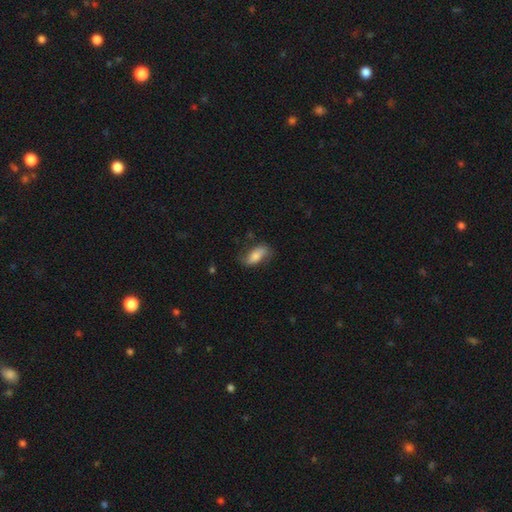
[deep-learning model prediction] smooth_or_featured: smooth (p=0.57) [alt: featured or disk p=0.36]
how_rounded: in between (p=0.84) [alt: cigar-shaped p=0.12]
merging: none (p=0.65) [alt: minor disturbance p=0.24]